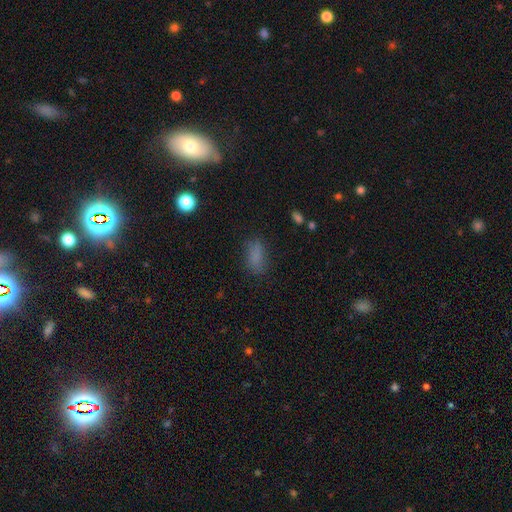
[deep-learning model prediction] Overall: smooth (78%). How rounded: in between (81%). Merging: none (74%).